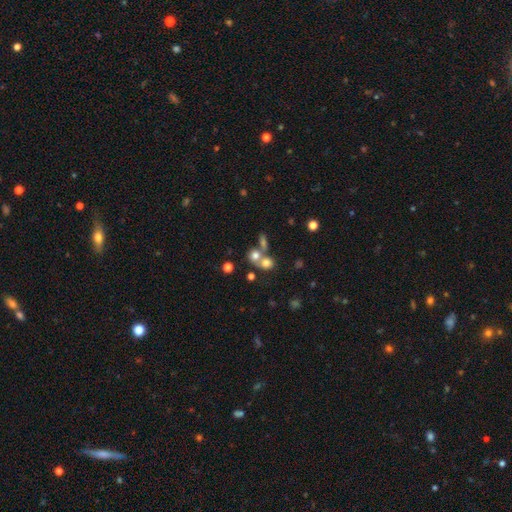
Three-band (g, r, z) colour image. It shows a smooth galaxy with no disk features (69%) that is round (89%). Merging: merger (56%).